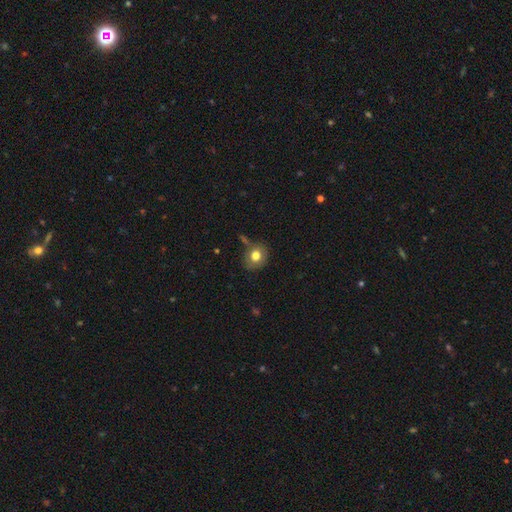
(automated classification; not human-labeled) smooth_or_featured: smooth (p=0.77) [alt: featured or disk p=0.13]
how_rounded: round (p=0.68) [alt: in between p=0.31]
merging: none (p=0.69) [alt: minor disturbance p=0.19]